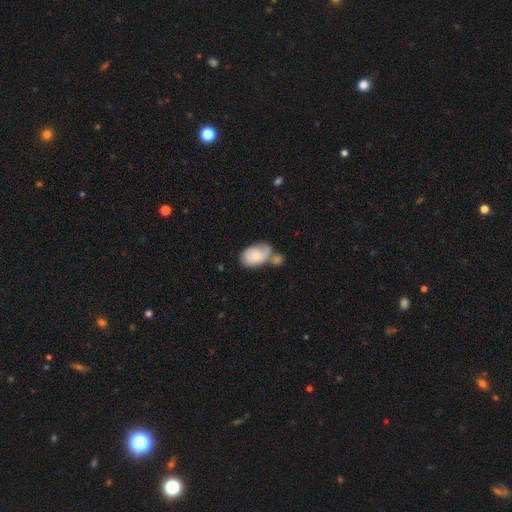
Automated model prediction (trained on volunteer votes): smooth 72%, featured or disk 22%, star or artifact 6%. Down the decision tree: how rounded — in between (87%); merging — merger (40%).